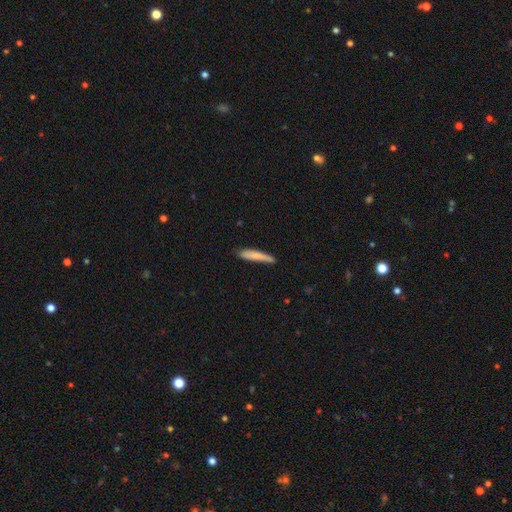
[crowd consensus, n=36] Morphology: type=smooth (72%); roundness=cigar-shaped (85%); merging=none (71%).